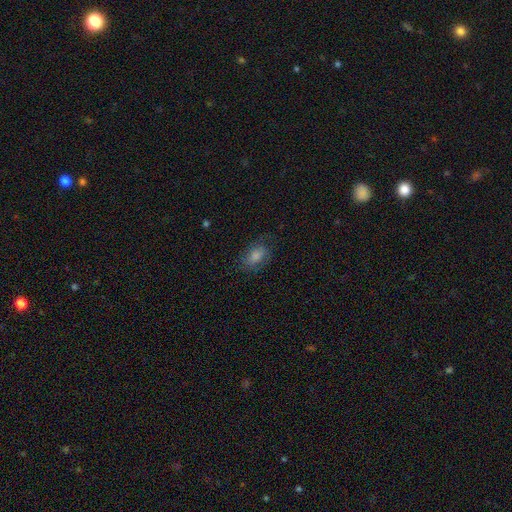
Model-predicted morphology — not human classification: This appears to be a smooth galaxy with no disk features (52%) that is in between round and cigar-shaped (80%). Merging: none (72%).